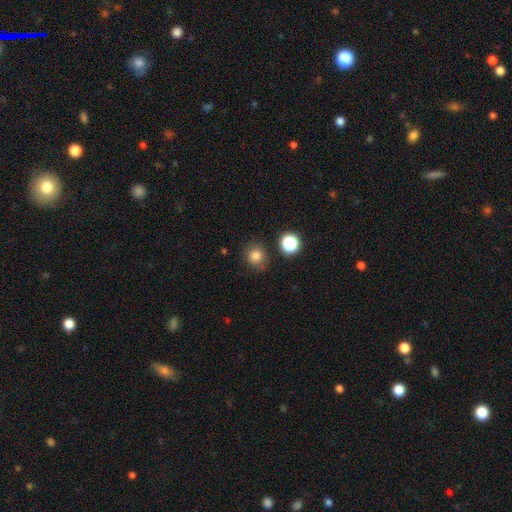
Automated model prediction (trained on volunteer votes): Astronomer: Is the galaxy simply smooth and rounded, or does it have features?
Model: smooth — 80%.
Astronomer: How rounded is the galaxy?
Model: round — 85%.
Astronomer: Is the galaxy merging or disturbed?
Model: none — 80%.